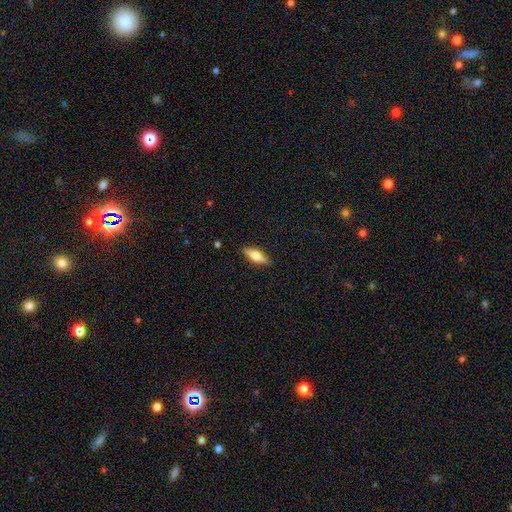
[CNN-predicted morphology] Smooth or featured?
  - smooth: 53% *
  - featured or disk: 41%
  - star or artifact: 7%
How rounded?
  - in between: 51% *
  - cigar-shaped: 46%
  - round: 3%
Merging?
  - none: 88% *
  - minor disturbance: 9%
  - major disturbance: 2%
  - merger: 1%